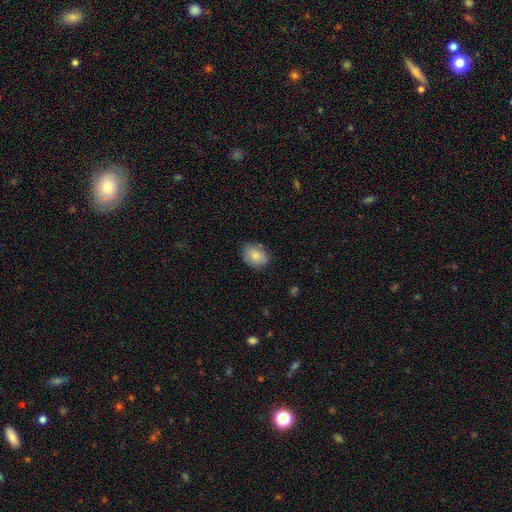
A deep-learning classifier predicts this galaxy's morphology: Smooth or featured: smooth — 83% (featured or disk — 10%)
How rounded: in between — 72% (round — 27%)
Merging: none — 78% (minor disturbance — 17%)